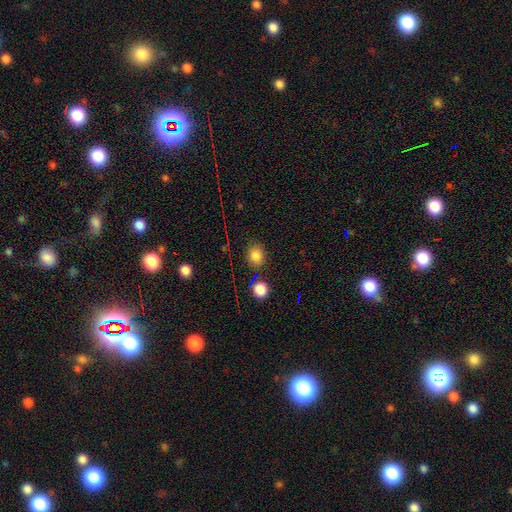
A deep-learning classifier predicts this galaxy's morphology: smooth-or-featured: smooth: 81% | star or artifact: 14% | featured or disk: 5%
  how-rounded: round: 62% | in between: 36% | cigar-shaped: 1%
  merging: none: 83% | minor disturbance: 10% | merger: 4% | major disturbance: 3%